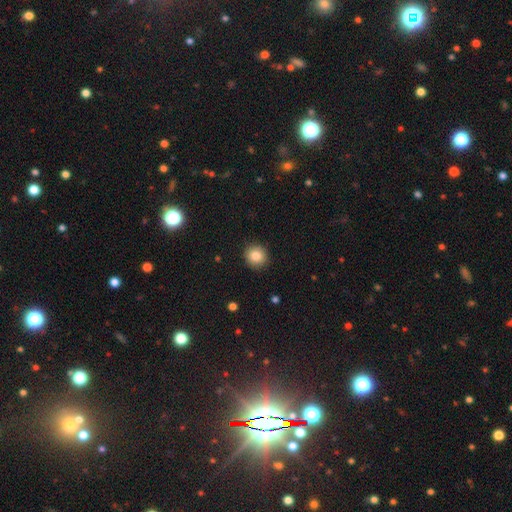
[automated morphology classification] This appears to be a smooth galaxy with no disk features (85%) that is round (90%). Merging: none (90%).